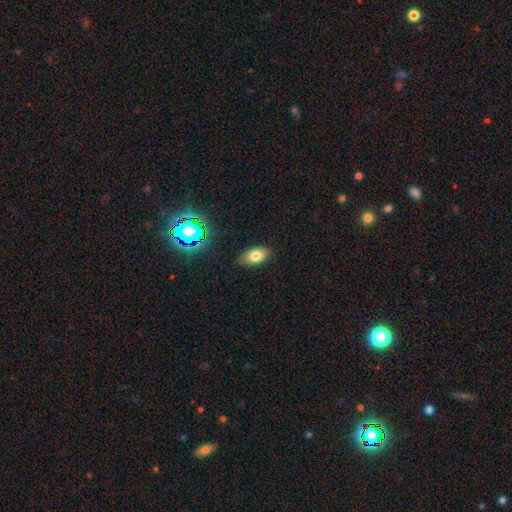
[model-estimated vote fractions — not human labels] Q: Smooth or featured?
A: smooth (77%); runner-up: star or artifact (12%)
Q: How rounded?
A: in between (90%); runner-up: round (7%)
Q: Merging?
A: none (81%); runner-up: minor disturbance (14%)